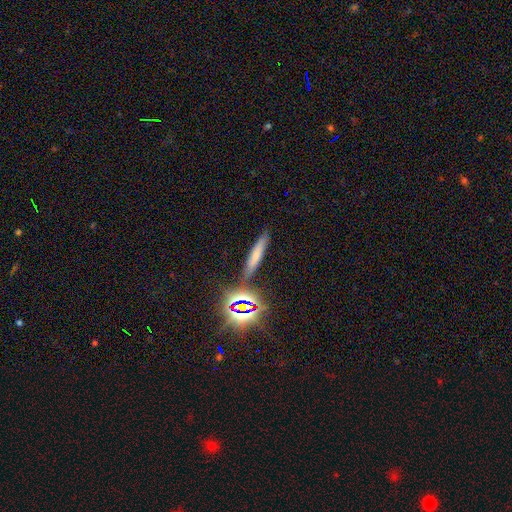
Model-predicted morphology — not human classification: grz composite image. It shows a smooth galaxy with no disk features (61%) that is cigar-shaped (89%). Merging: none (83%).